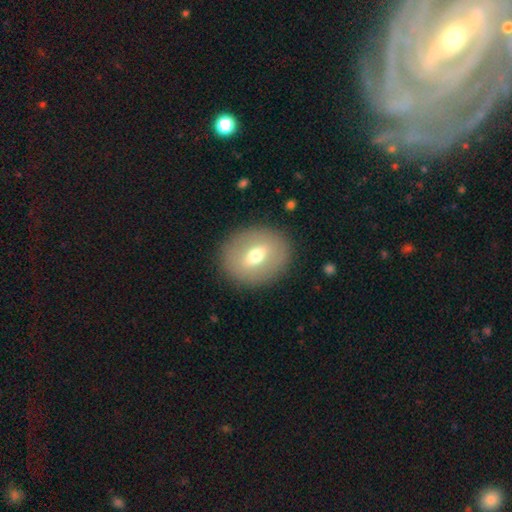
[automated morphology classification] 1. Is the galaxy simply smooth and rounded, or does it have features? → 53% smooth, 39% featured or disk, 8% star or artifact.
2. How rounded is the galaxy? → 68% round, 31% in between, 1% cigar-shaped.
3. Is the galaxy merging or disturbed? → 88% none, 8% minor disturbance, 4% major disturbance, 1% merger.